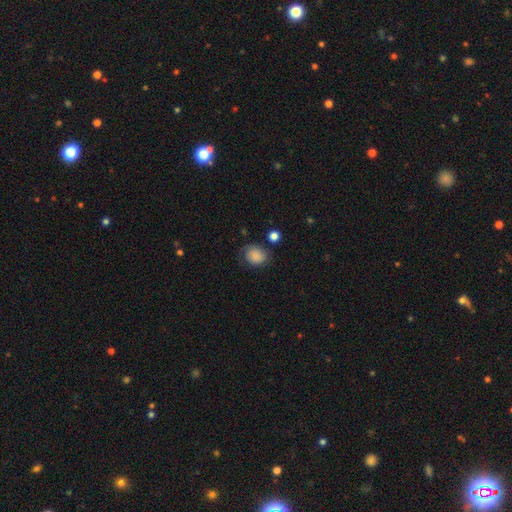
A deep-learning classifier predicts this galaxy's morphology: This is clearly a smooth galaxy (82%). How rounded: possibly round (60%). Merging: likely none (67%).